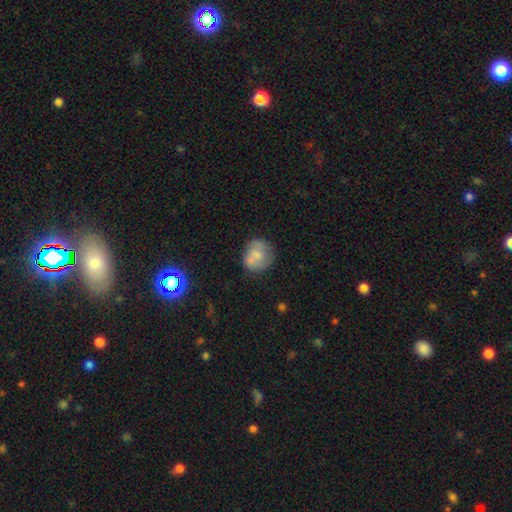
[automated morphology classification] The model was most divided on "smooth or featured": smooth: 57%, featured or disk: 34%, star or artifact: 9%. More confident: how rounded — round (79%); merging — none (54%).